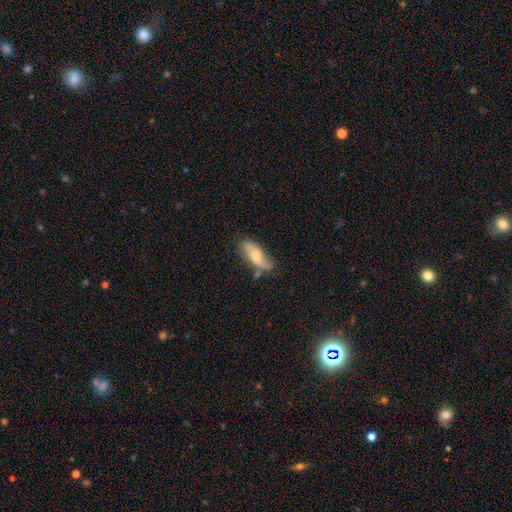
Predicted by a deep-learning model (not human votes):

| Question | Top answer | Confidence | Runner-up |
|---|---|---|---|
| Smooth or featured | smooth | 50% | featured or disk (43%) |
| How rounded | in between | 72% | cigar-shaped (25%) |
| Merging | none | 61% | minor disturbance (27%) |